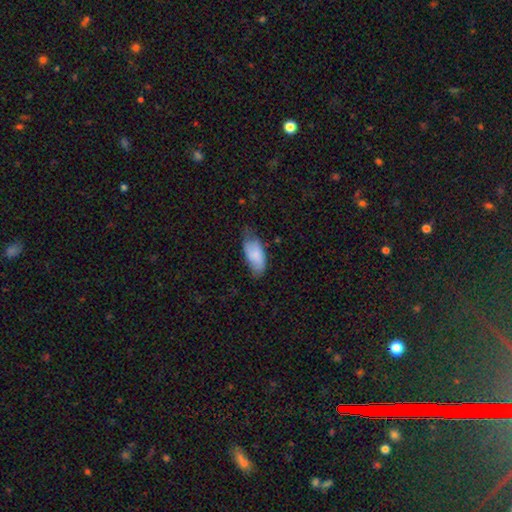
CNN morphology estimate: type=smooth (77%); roundness=in between (91%); merging=none (48%).